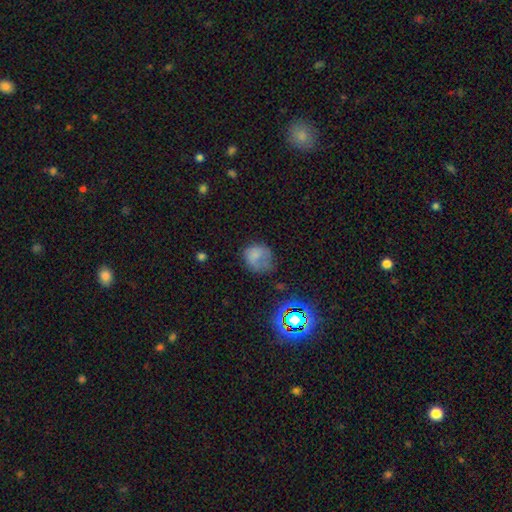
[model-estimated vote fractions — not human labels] Overall: smooth (67%). How rounded: round (71%). Merging: none (42%; minor disturbance 30%).